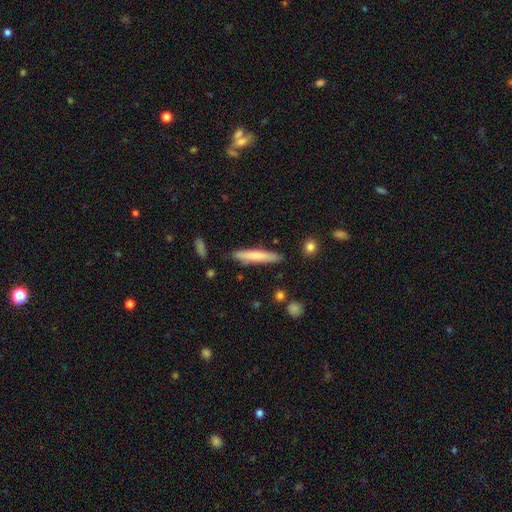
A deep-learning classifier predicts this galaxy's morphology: The model was most divided on "smooth or featured": smooth: 71%, featured or disk: 23%, star or artifact: 6%. More confident: how rounded — cigar-shaped (93%); merging — none (86%).